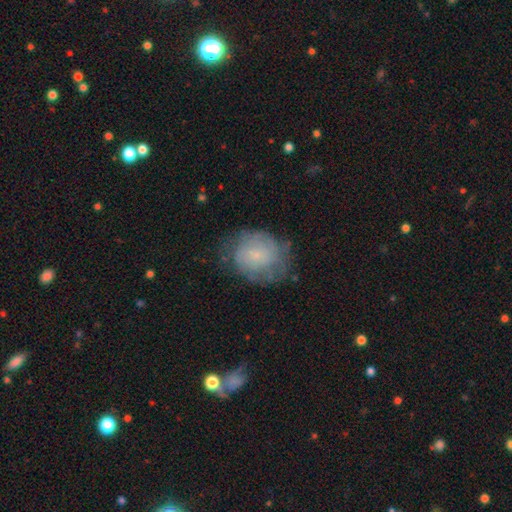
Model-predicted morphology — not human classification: A smooth galaxy with no disk features (50%).

Vote fractions:
- Smooth or featured? smooth: 50% / featured or disk: 41% / star or artifact: 9%
- Merging? none: 63% / minor disturbance: 24% / major disturbance: 12% / merger: 1%